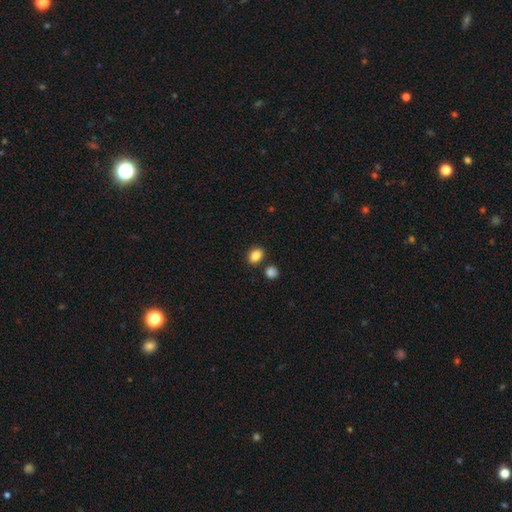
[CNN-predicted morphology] type=smooth (86%); roundness=in between (67%); merging=none (80%).